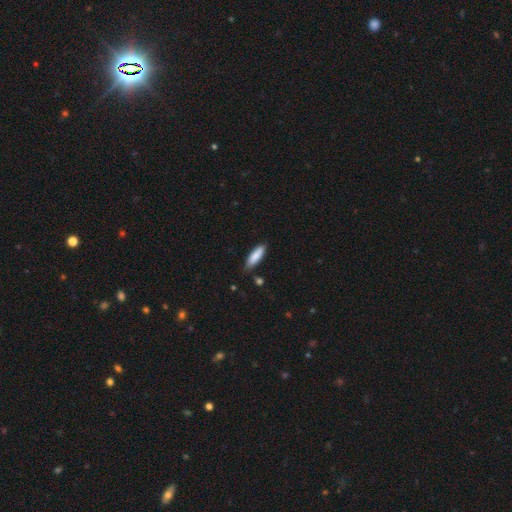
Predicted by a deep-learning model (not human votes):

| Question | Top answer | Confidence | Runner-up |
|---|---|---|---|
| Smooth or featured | smooth | 86% | featured or disk (8%) |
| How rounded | cigar-shaped | 55% | in between (44%) |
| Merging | none | 81% | minor disturbance (15%) |